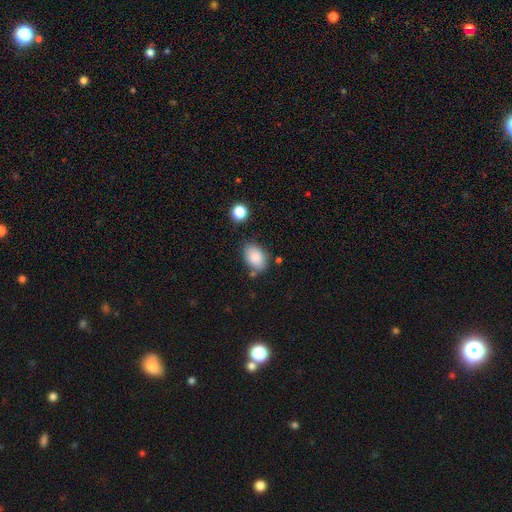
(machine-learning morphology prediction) A smooth galaxy with no disk features (86%) that is in between round and cigar-shaped (88%). Merging: none (71%).